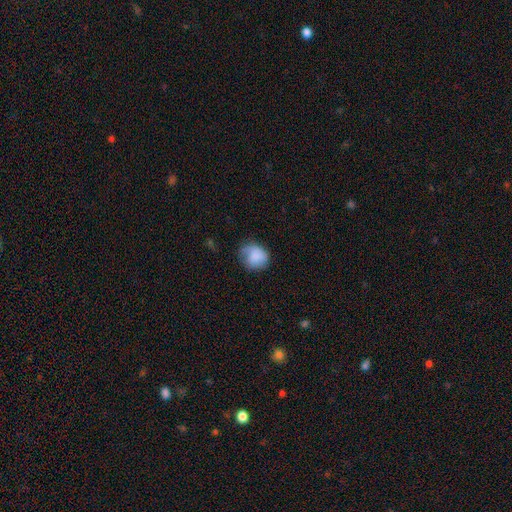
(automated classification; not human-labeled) Morphology: type=smooth (79%); roundness=round (67%); merging=none (48%).